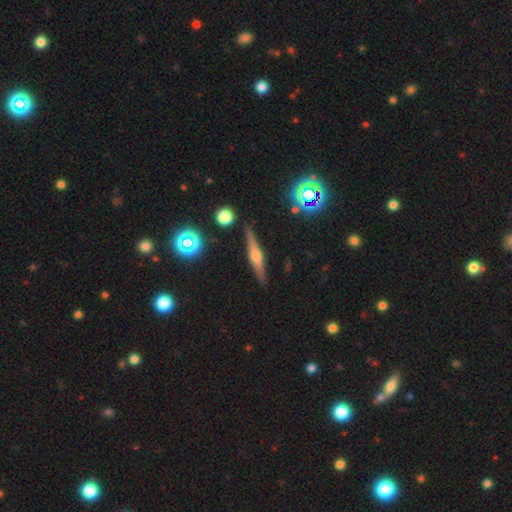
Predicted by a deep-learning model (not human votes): A featured or disk galaxy (68%) viewed edge-on (97%) with a rounded central bulge (86%).

Vote fractions:
- Smooth or featured? featured or disk: 68% / smooth: 23% / star or artifact: 9%
- Edge-on disk? yes: 97% / no: 3%
- Edge-on bulge? rounded: 86% / boxy: 9% / none: 4%
- Merging? none: 88% / minor disturbance: 9% / merger: 2% / major disturbance: 2%